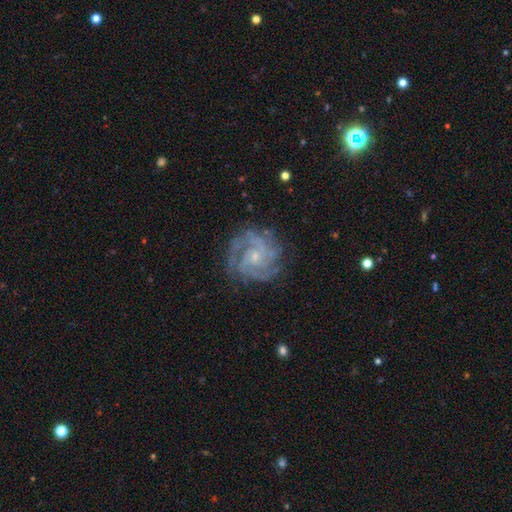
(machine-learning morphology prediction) The model was most divided on "spiral arm count": 3: 33%, 2: 25%, can't tell: 17%, 4: 13%, more than 4: 6%, 1: 6%. More confident: edge-on disk — no (98%); spiral arms — yes (97%); smooth or featured — featured or disk (88%); merging — none (77%); bulge size — small (72%); bar — no (66%); spiral winding — tight (65%).